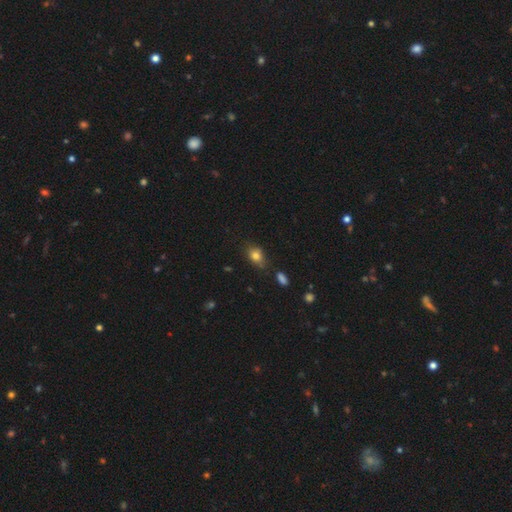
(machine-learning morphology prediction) Smooth or featured: smooth — 79% (star or artifact — 10%)
How rounded: in between — 69% (round — 28%)
Merging: none — 65% (minor disturbance — 25%)